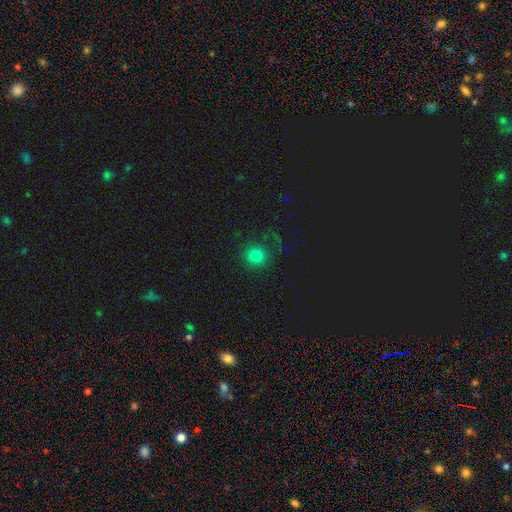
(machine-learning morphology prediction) type=smooth (80%); roundness=round (92%); merging=none (81%).